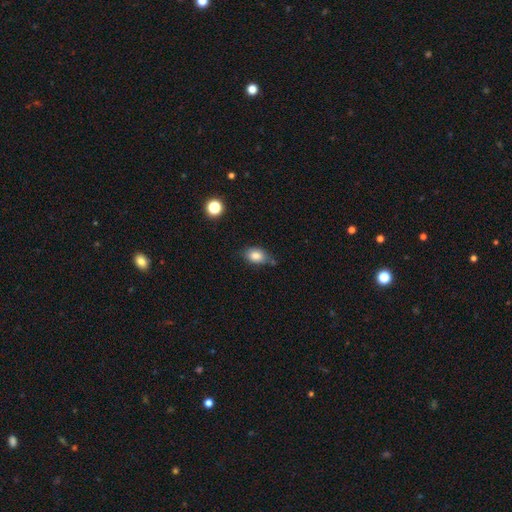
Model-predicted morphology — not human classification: The model was most divided on "merging": none: 63%, minor disturbance: 25%, merger: 7%, major disturbance: 5%. More confident: smooth or featured — smooth (84%); how rounded — in between (77%).